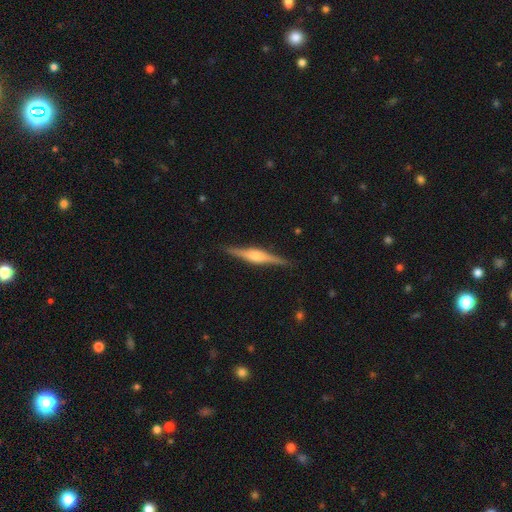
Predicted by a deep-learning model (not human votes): Smooth or featured?
  - featured or disk: 81% *
  - smooth: 13%
  - star or artifact: 6%
Edge-on disk?
  - yes: 98% *
  - no: 2%
Edge-on bulge?
  - rounded: 79% *
  - boxy: 17%
  - none: 4%
Merging?
  - none: 90% *
  - minor disturbance: 7%
  - major disturbance: 2%
  - merger: 1%